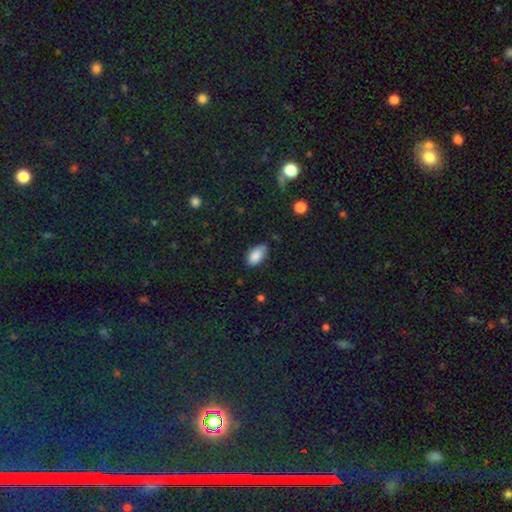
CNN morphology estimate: A smooth galaxy with no disk features (87%) that is in between round and cigar-shaped (93%). Merging: none (69%).